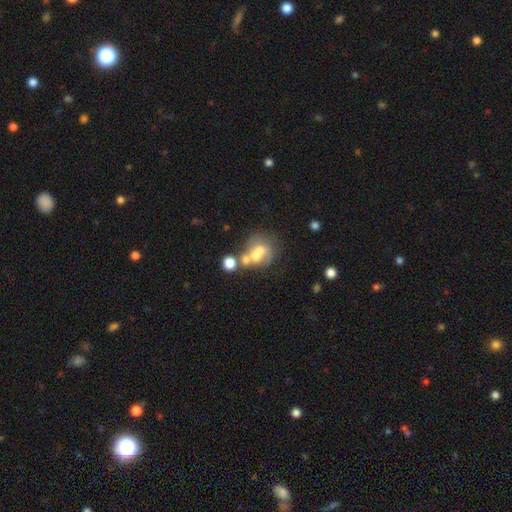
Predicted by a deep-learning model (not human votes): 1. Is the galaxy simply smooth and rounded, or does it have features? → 48% smooth, 38% featured or disk, 14% star or artifact.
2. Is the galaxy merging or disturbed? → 51% merger, 26% none, 12% major disturbance, 11% minor disturbance.